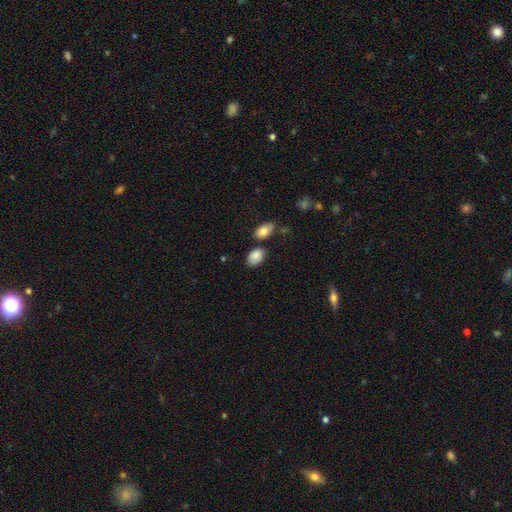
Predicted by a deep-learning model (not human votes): This is clearly a smooth galaxy (86%). How rounded: clearly in between (87%). Merging: likely none (68%).